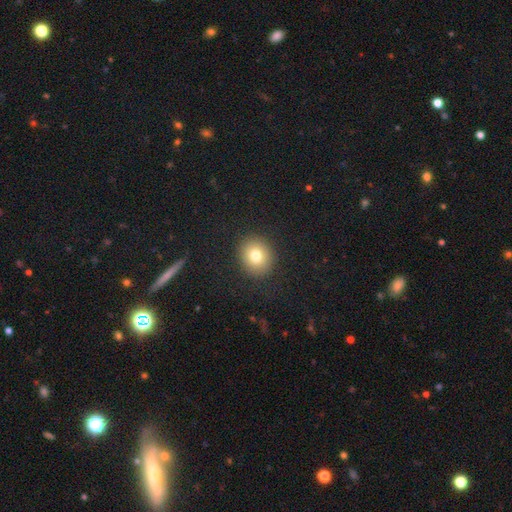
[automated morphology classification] The model was most divided on "how rounded": round: 79%, in between: 20%, cigar-shaped: 1%. More confident: merging — none (89%); smooth or featured — smooth (76%).